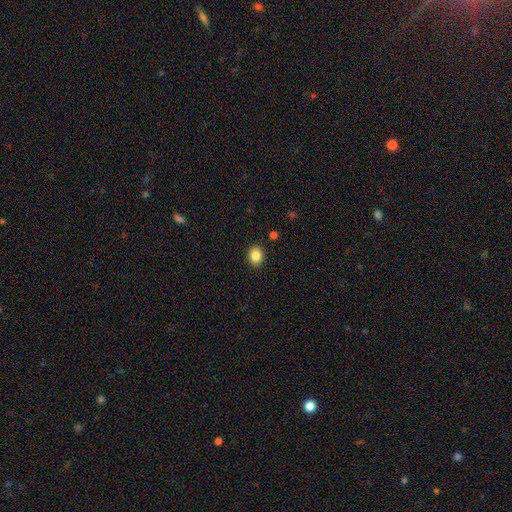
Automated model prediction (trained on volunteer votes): Q: Smooth or featured?
A: smooth (85%); runner-up: star or artifact (10%)
Q: How rounded?
A: round (55%); runner-up: in between (44%)
Q: Merging?
A: none (90%); runner-up: minor disturbance (7%)